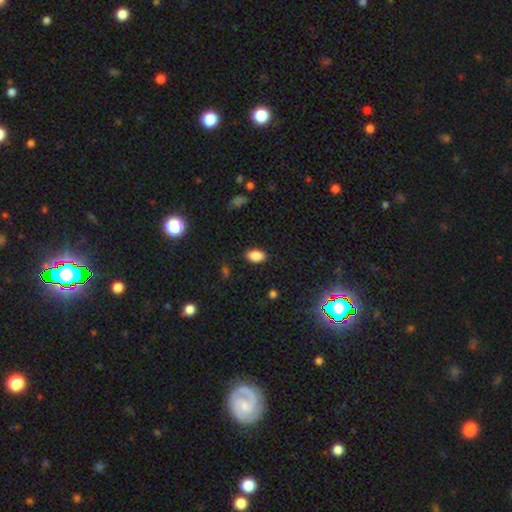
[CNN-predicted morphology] smooth 87%, star or artifact 9%, featured or disk 4%. Down the decision tree: how rounded — in between (91%); merging — none (87%).